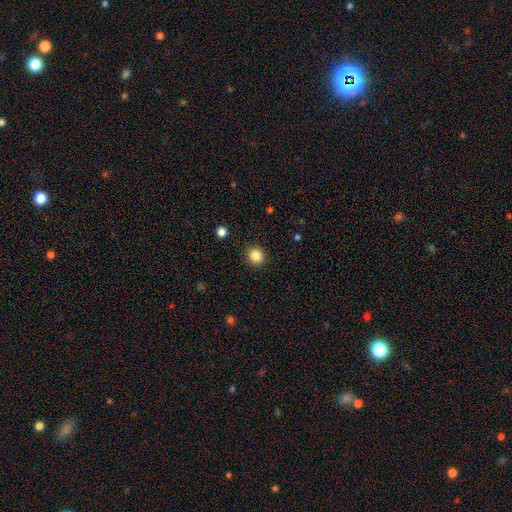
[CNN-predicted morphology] type=smooth (86%); roundness=round (88%); merging=none (90%).